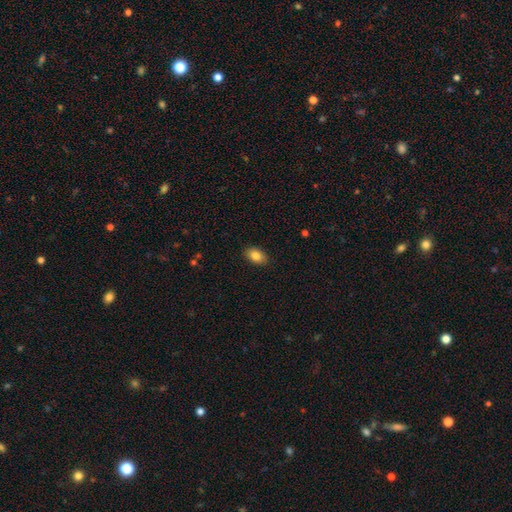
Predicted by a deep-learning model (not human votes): smooth-or-featured: smooth: 85% | star or artifact: 8% | featured or disk: 7%
  how-rounded: in between: 87% | round: 12% | cigar-shaped: 1%
  merging: none: 89% | minor disturbance: 8% | major disturbance: 2% | merger: 1%